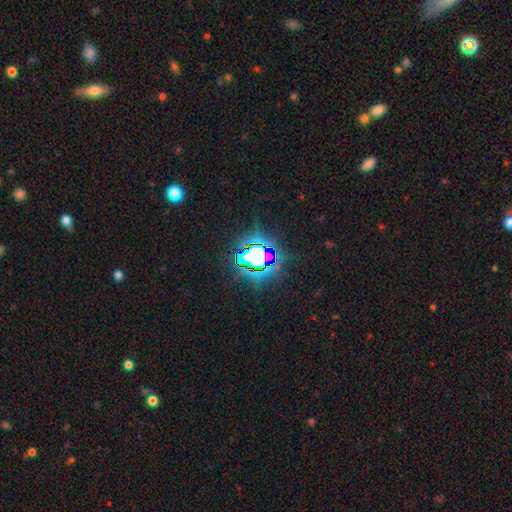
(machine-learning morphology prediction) smooth_or_featured: star or artifact (p=0.72) [alt: smooth p=0.16]